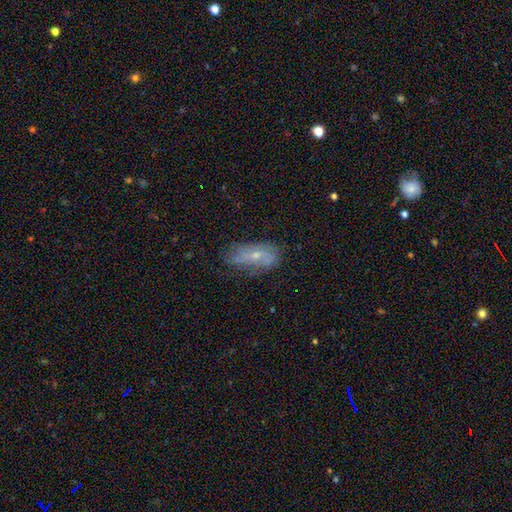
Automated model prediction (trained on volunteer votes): Overall: featured or disk (53%; smooth 37%). Edge-on disk: no (86%). Merging: none (59%; minor disturbance 28%).